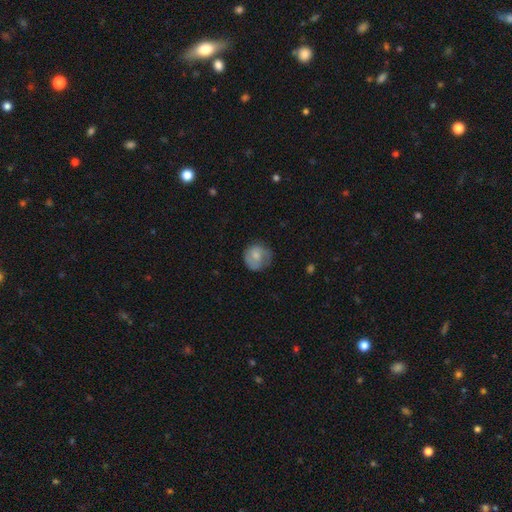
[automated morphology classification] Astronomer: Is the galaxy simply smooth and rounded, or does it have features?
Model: smooth — 67%.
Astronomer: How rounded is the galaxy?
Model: round — 85%.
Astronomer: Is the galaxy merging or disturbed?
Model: none — 64%.